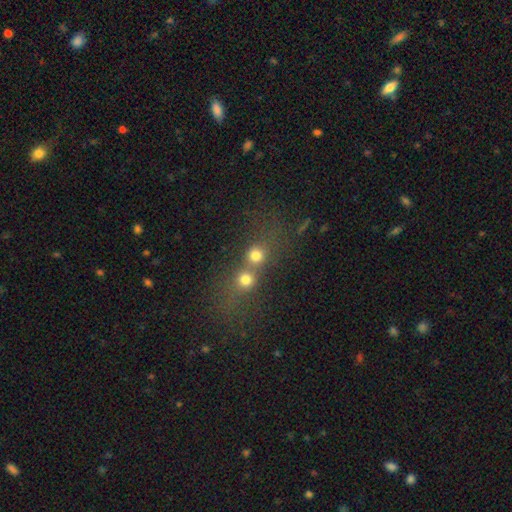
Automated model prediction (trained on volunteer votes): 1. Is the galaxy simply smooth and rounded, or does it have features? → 71% smooth, 17% star or artifact, 11% featured or disk.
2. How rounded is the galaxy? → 85% round, 13% in between, 2% cigar-shaped.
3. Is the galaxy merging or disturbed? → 58% merger, 32% none, 5% minor disturbance, 4% major disturbance.